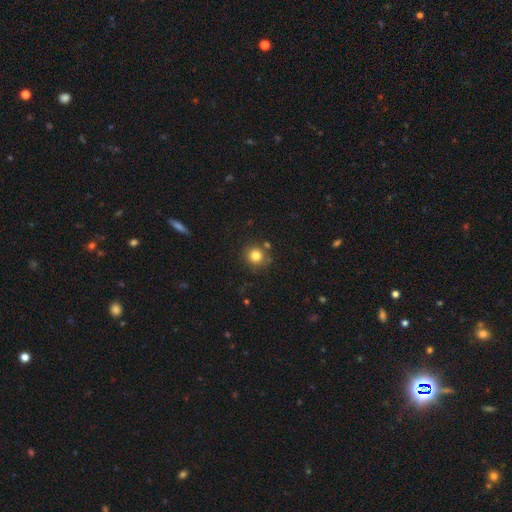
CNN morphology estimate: This is clearly a smooth galaxy (81%). How rounded: clearly round (91%). Merging: likely none (80%).